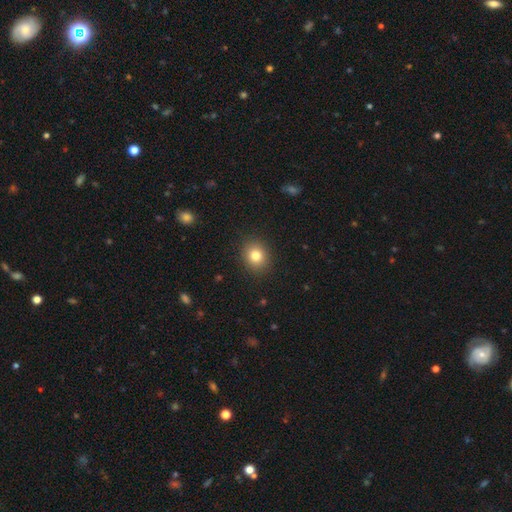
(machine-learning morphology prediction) A smooth galaxy with no disk features (81%) that is round (69%). Merging: none (90%).